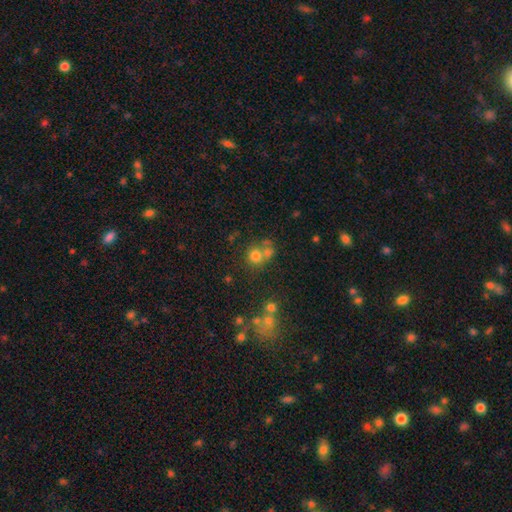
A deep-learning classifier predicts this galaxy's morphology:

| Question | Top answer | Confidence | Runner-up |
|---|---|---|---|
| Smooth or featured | smooth | 71% | star or artifact (17%) |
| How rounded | round | 87% | in between (12%) |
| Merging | none | 56% | merger (29%) |